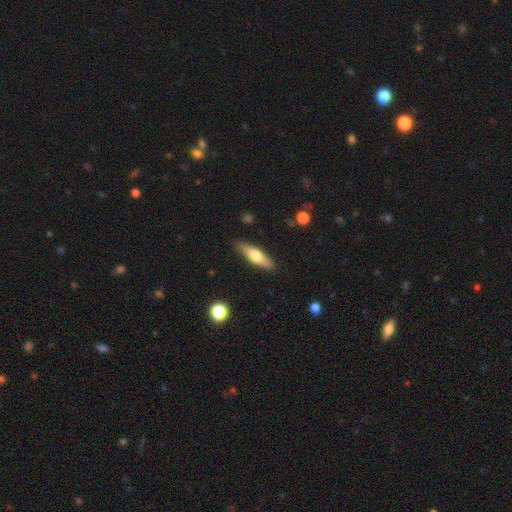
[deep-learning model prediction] Morphology: type=smooth (56%); roundness=cigar-shaped (60%); merging=none (87%).